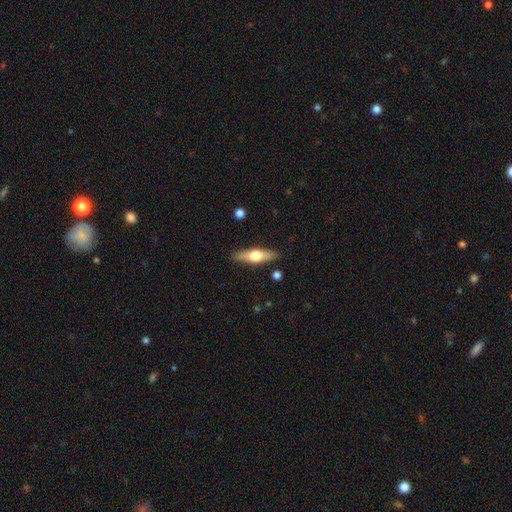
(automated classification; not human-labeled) Q: Smooth or featured?
A: featured or disk (50%); runner-up: smooth (44%)
Q: Edge-on disk?
A: yes (91%); runner-up: no (9%)
Q: Merging?
A: none (88%); runner-up: minor disturbance (8%)